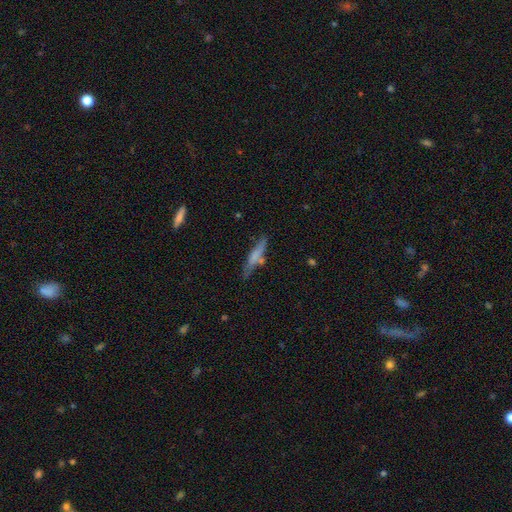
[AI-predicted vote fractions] smooth 63%, featured or disk 30%, star or artifact 7%. Down the decision tree: how rounded — cigar-shaped (83%); merging — none (63%).